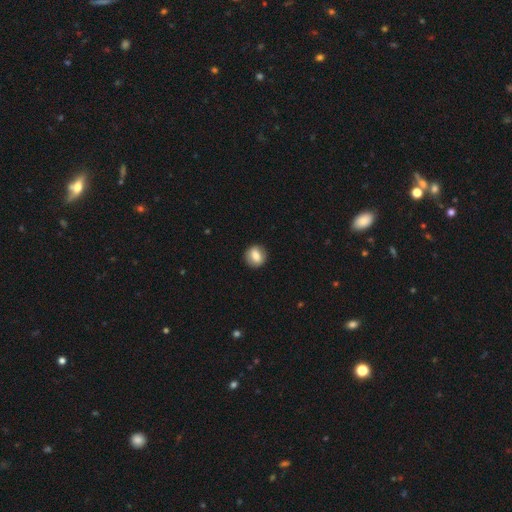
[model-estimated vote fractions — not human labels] Smooth or featured? Predicted: smooth (p=0.74). How rounded? Predicted: round (p=0.79). Merging? Predicted: none (p=0.89).